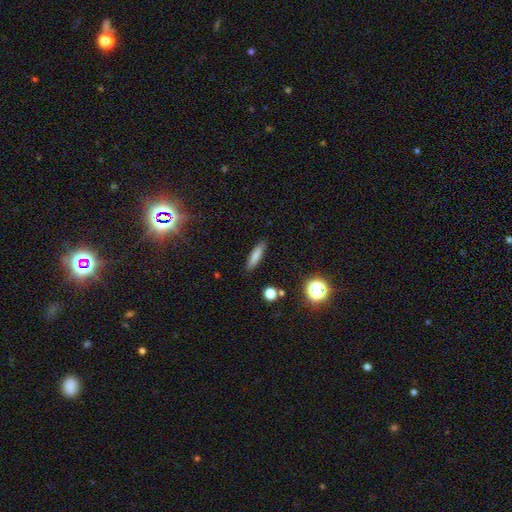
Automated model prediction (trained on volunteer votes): A smooth galaxy with no disk features (79%) that is cigar-shaped (72%).

Vote fractions:
- Smooth or featured? smooth: 79% / featured or disk: 12% / star or artifact: 9%
- How rounded? cigar-shaped: 72% / in between: 25% / round: 3%
- Merging? none: 88% / minor disturbance: 8% / major disturbance: 2% / merger: 1%